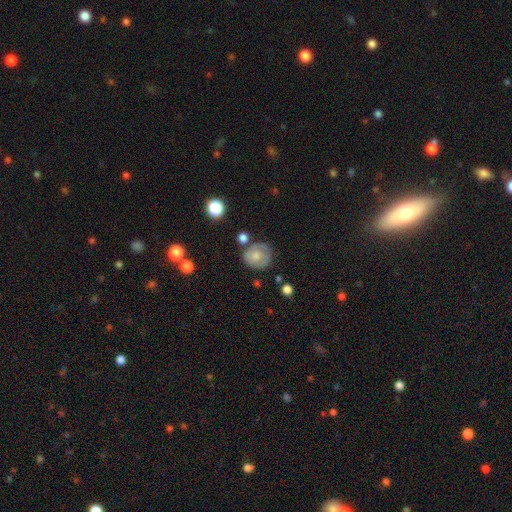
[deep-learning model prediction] This is likely a smooth galaxy (62%). How rounded: clearly round (84%). Merging: likely none (63%).